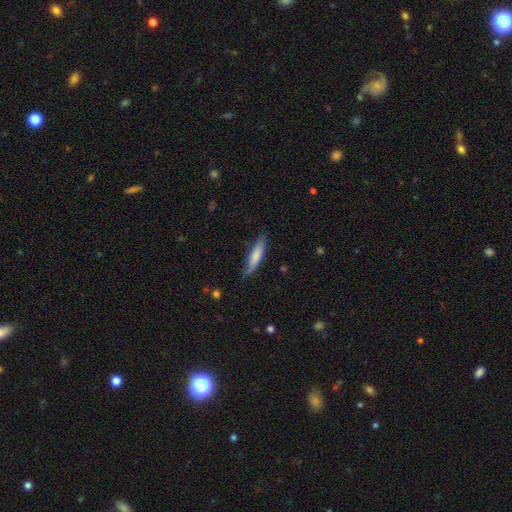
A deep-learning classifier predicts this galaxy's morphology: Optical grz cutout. It shows a smooth galaxy with no disk features (72%) that is cigar-shaped (84%). Merging: none (81%).